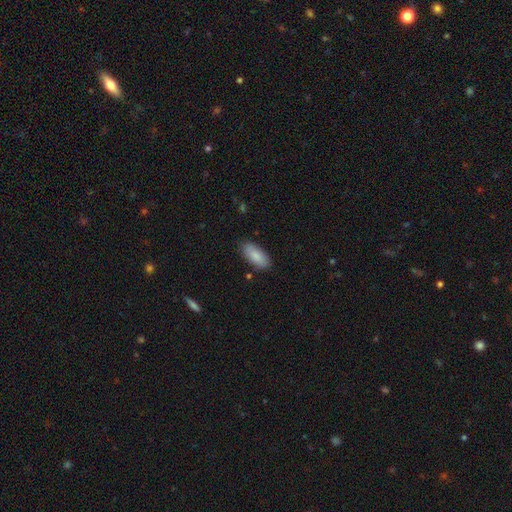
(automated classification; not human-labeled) This is clearly a smooth galaxy (87%). How rounded: clearly in between (89%). Merging: clearly none (83%).